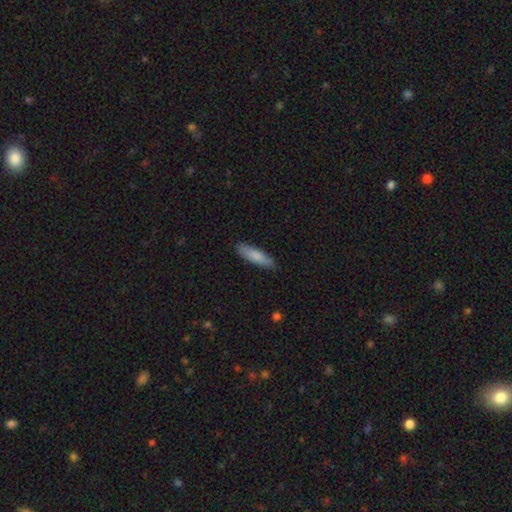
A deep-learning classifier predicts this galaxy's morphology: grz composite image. It shows a smooth galaxy with no disk features (83%) that is cigar-shaped (65%). Merging: none (84%).